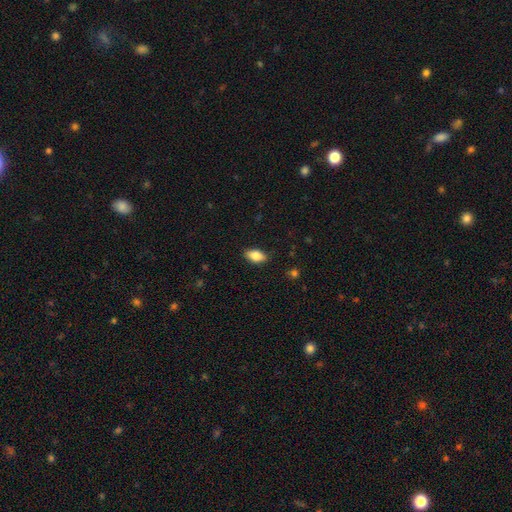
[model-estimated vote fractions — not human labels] The model was most divided on "smooth or featured": smooth: 81%, featured or disk: 12%, star or artifact: 7%. More confident: how rounded — in between (90%); merging — none (86%).